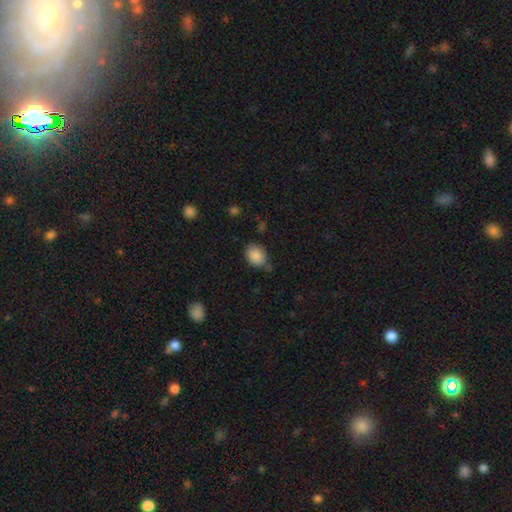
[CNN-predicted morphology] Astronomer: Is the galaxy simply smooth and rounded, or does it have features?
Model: smooth — 87%.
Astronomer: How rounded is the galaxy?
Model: in between — 53% (runner-up: round, 46%).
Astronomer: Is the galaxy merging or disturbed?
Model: none — 69%.